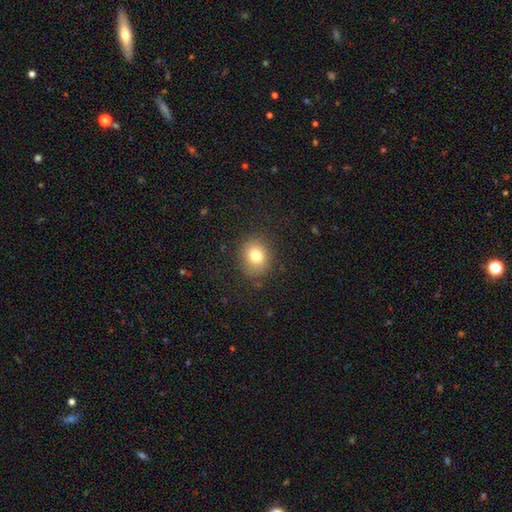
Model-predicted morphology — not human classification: Q: Smooth or featured?
A: smooth (78%); runner-up: star or artifact (12%)
Q: How rounded?
A: round (70%); runner-up: in between (29%)
Q: Merging?
A: none (85%); runner-up: minor disturbance (10%)